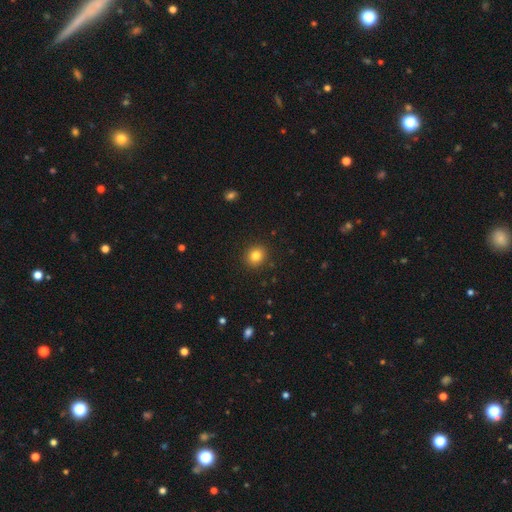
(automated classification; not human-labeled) This appears to be a smooth galaxy with no disk features (83%) that is round (79%). Merging: none (91%).